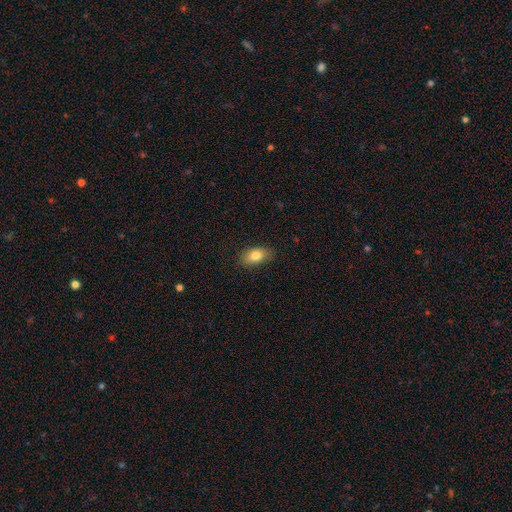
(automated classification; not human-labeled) Smooth or featured? smooth (81%)
How rounded? in between (89%)
Merging? none (84%)